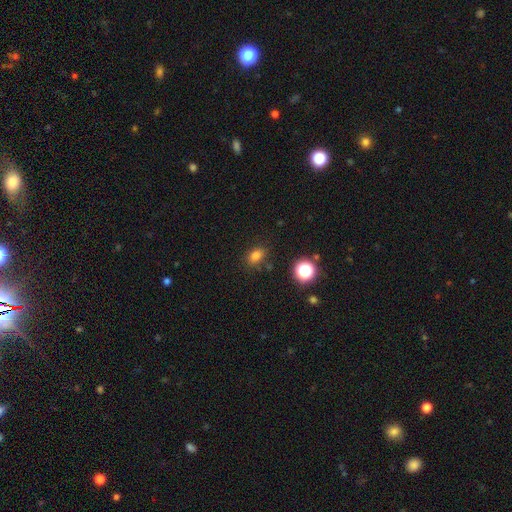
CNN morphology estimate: smooth_or_featured: smooth (p=0.79) [alt: star or artifact p=0.16]
how_rounded: in between (p=0.70) [alt: round p=0.28]
merging: none (p=0.80) [alt: minor disturbance p=0.13]